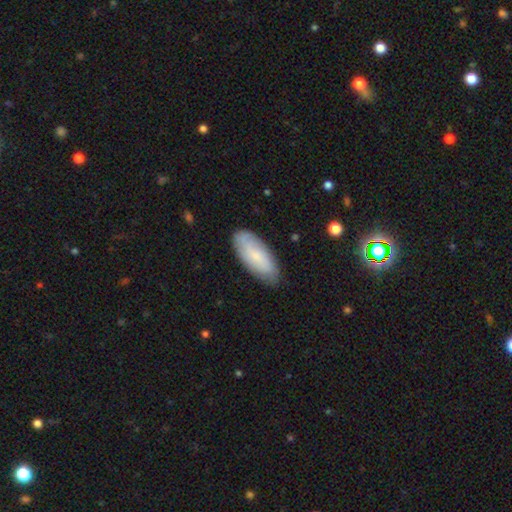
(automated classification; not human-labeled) Q: Smooth or featured?
A: smooth (64%); runner-up: featured or disk (30%)
Q: How rounded?
A: in between (84%); runner-up: cigar-shaped (14%)
Q: Merging?
A: none (79%); runner-up: minor disturbance (16%)